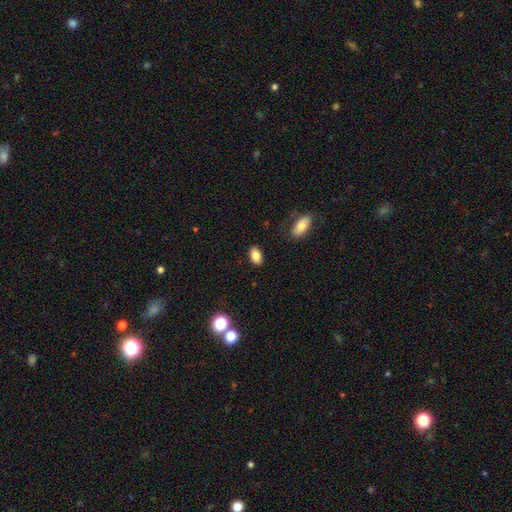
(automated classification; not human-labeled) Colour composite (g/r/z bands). It shows a smooth galaxy with no disk features (84%) that is in between round and cigar-shaped (91%). Merging: none (88%).